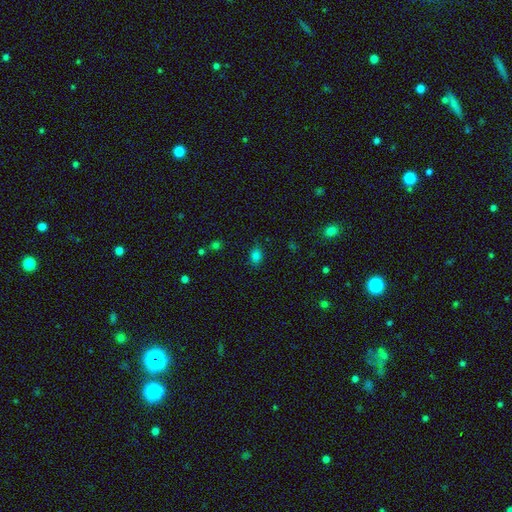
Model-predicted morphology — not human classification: type=smooth (79%); roundness=in between (70%); merging=none (81%).